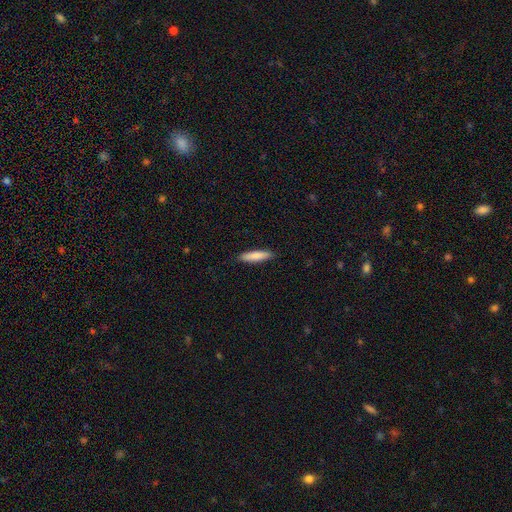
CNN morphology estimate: Smooth or featured? smooth (83%)
How rounded? cigar-shaped (79%)
Merging? none (90%)